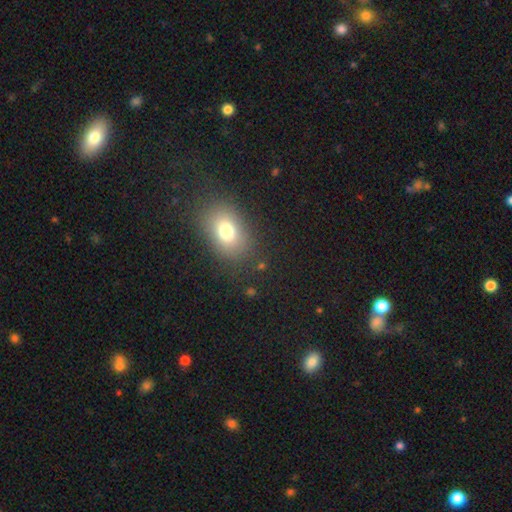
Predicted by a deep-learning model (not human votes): This appears to be a smooth galaxy with no disk features (69%) that is in between round and cigar-shaped (69%). Merging: none (86%).